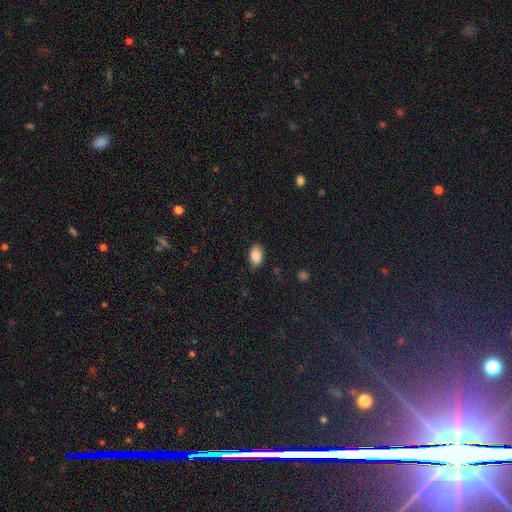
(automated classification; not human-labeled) Smooth or featured?
  - smooth: 87% *
  - star or artifact: 8%
  - featured or disk: 5%
How rounded?
  - in between: 89% *
  - round: 10%
  - cigar-shaped: 1%
Merging?
  - none: 80% *
  - minor disturbance: 16%
  - major disturbance: 3%
  - merger: 1%